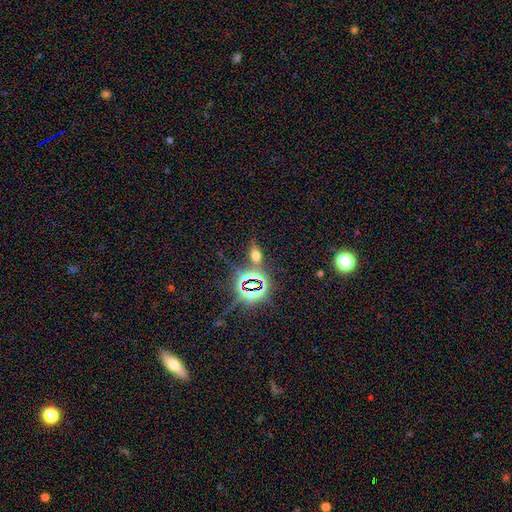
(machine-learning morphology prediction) Smooth or featured: smooth — 44% (star or artifact — 43%)
Merging: none — 76% (minor disturbance — 11%)